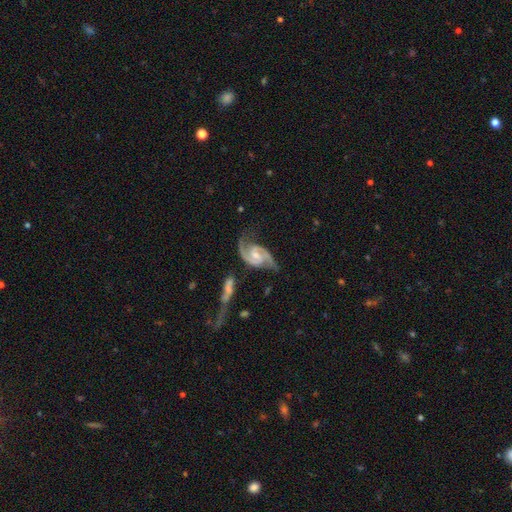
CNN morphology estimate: A featured or disk galaxy (91%) with a weak bar (50%), 2 (92%) medium (54%) spiral arms (98%) and a moderate central bulge (47%).

Vote fractions:
- Smooth or featured? featured or disk: 91% / smooth: 5% / star or artifact: 4%
- Edge-on disk? no: 98% / yes: 2%
- Bar? weak: 50% / no: 37% / strong: 13%
- Spiral arms? yes: 98% / no: 2%
- Spiral winding? medium: 54% / loose: 25% / tight: 20%
- Spiral arm count? 2: 92% / can't tell: 2% / 3: 2% / 1: 2% / 4: 1% / more than 4: 1%
- Bulge size? moderate: 47% / small: 40% / none: 9% / large: 4% / dominant: 1%
- Merging? none: 62% / minor disturbance: 20% / major disturbance: 12% / merger: 7%